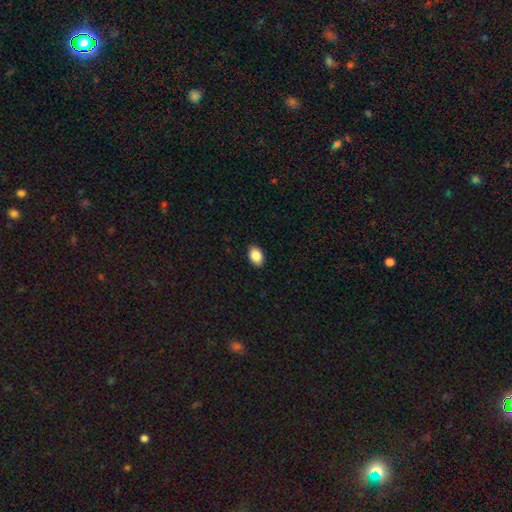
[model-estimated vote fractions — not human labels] This is clearly a smooth galaxy (88%). How rounded: clearly in between (85%). Merging: clearly none (89%).